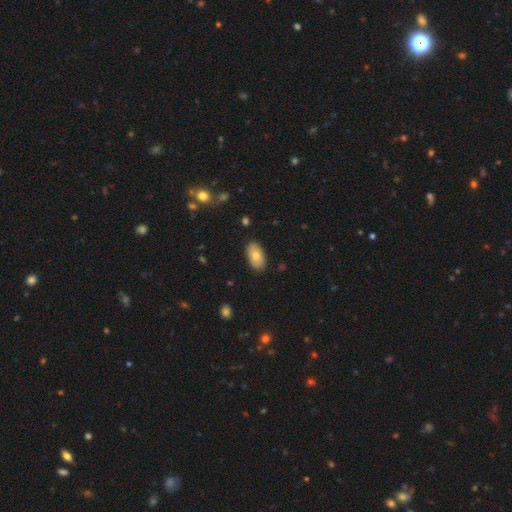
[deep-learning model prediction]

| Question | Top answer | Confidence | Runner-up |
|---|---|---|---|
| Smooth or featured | smooth | 79% | featured or disk (14%) |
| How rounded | in between | 94% | round (4%) |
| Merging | none | 87% | minor disturbance (10%) |